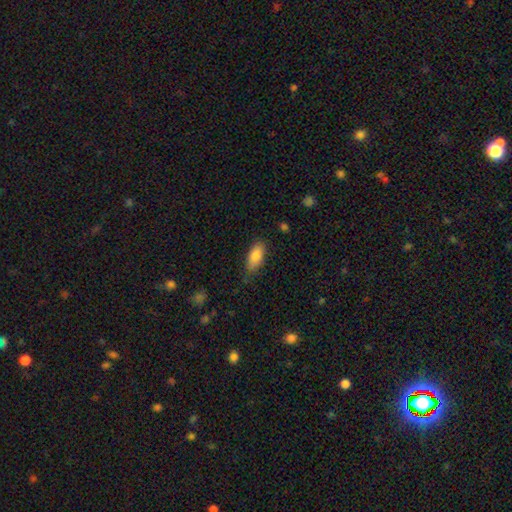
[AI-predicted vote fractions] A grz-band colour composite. It shows a smooth galaxy with no disk features (82%) that is in between round and cigar-shaped (85%). Merging: none (75%).